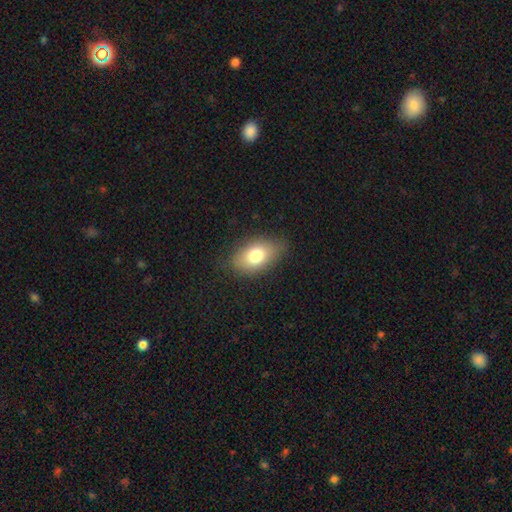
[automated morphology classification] A smooth galaxy with no disk features (78%) that is in between round and cigar-shaped (89%).

Vote fractions:
- Smooth or featured? smooth: 78% / featured or disk: 14% / star or artifact: 9%
- How rounded? in between: 89% / round: 9% / cigar-shaped: 2%
- Merging? none: 78% / minor disturbance: 17% / major disturbance: 4% / merger: 1%